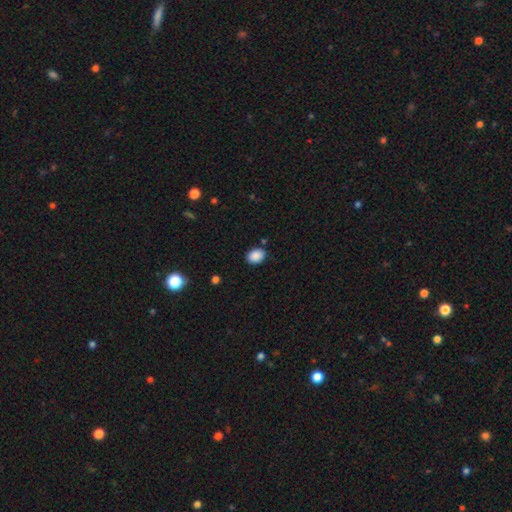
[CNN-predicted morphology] Overall: smooth (89%). How rounded: in between (72%). Merging: none (85%).